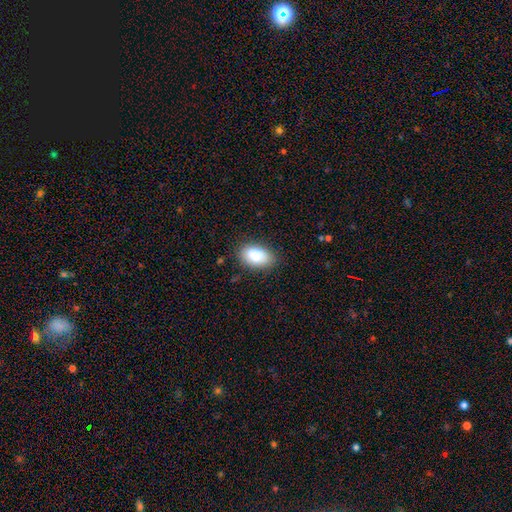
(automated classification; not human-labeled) smooth-or-featured: smooth: 85% | featured or disk: 8% | star or artifact: 7%
  how-rounded: in between: 92% | round: 7% | cigar-shaped: 1%
  merging: none: 81% | minor disturbance: 14% | major disturbance: 3% | merger: 1%